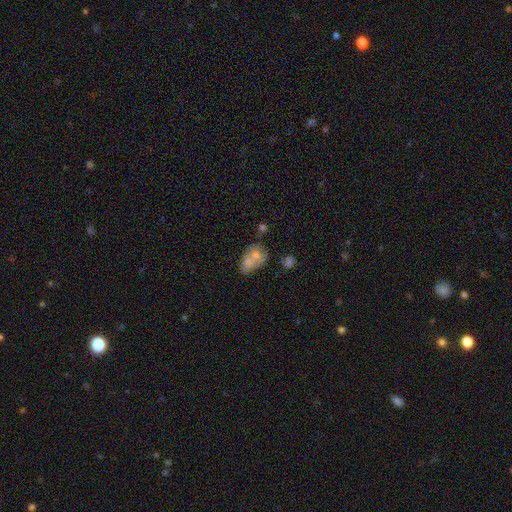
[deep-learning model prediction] A smooth galaxy with no disk features (61%) that is in between round and cigar-shaped (71%).

Vote fractions:
- Smooth or featured? smooth: 61% / featured or disk: 29% / star or artifact: 10%
- How rounded? in between: 71% / round: 28% / cigar-shaped: 2%
- Merging? merger: 54% / none: 23% / minor disturbance: 14% / major disturbance: 9%